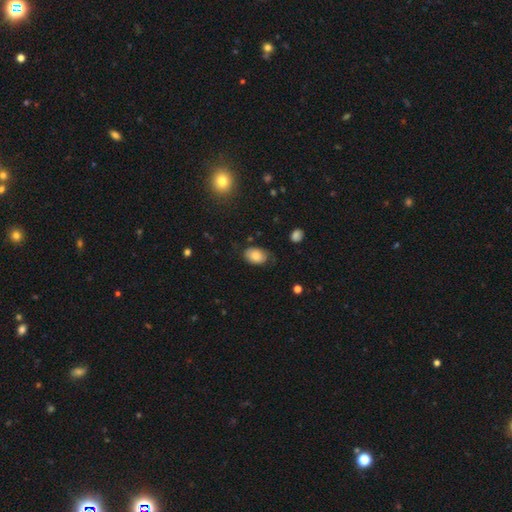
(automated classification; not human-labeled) Smooth or featured? smooth (81%)
How rounded? in between (84%)
Merging? none (64%)